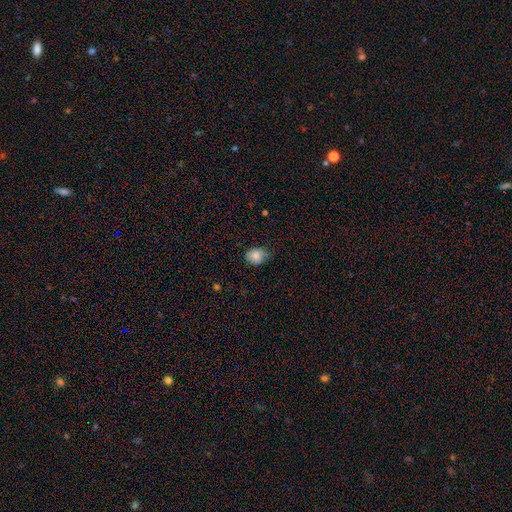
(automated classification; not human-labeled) This is clearly a smooth galaxy (85%). How rounded: possibly in between (51%). Merging: likely none (67%).